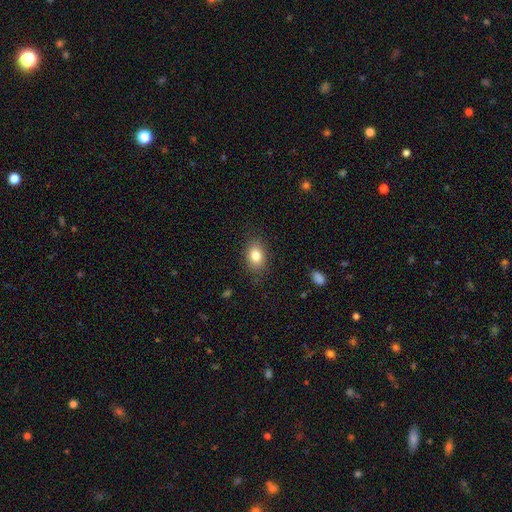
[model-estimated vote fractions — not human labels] Smooth or featured? Predicted: smooth (p=0.83). How rounded? Predicted: in between (p=0.79). Merging? Predicted: none (p=0.84).